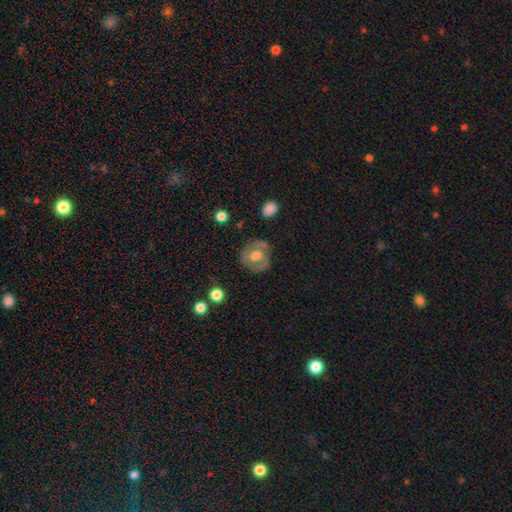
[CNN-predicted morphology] This is possibly a featured or disk galaxy (52%). It is clearly not viewed edge-on (96%). Bar: likely no (62%). Spiral arm pattern: possibly yes (56%). Central bulge: likely moderate (65%). Merging: likely none (70%).